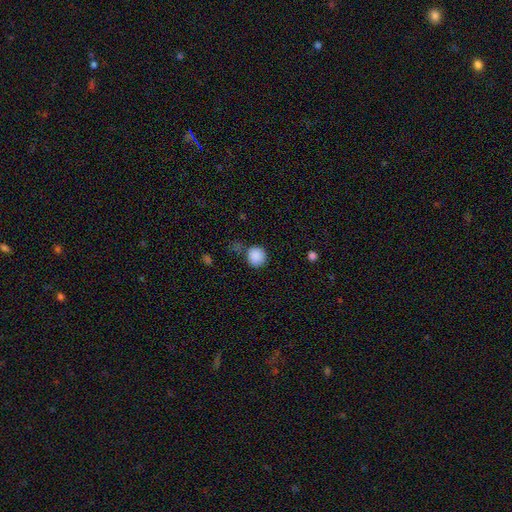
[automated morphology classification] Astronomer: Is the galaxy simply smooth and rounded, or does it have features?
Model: smooth — 88%.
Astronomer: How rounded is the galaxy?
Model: round — 89%.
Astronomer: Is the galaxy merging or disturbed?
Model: none — 75%.